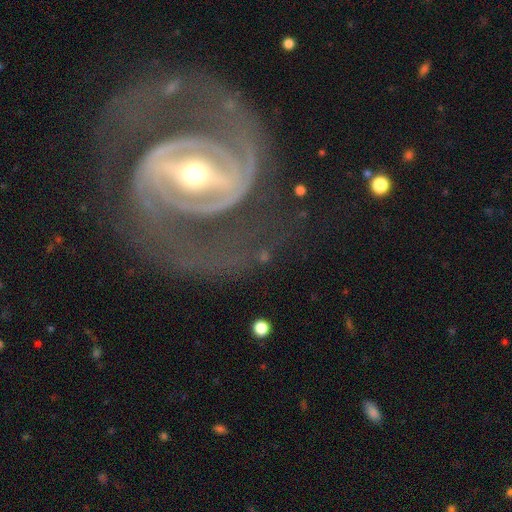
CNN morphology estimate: The model was most divided on "spiral winding": tight: 46%, medium: 42%, loose: 12%. More confident: edge-on disk — no (96%); spiral arms — yes (95%); smooth or featured — featured or disk (91%); spiral arm count — 2 (77%); bar — strong (68%); merging — none (67%); bulge size — moderate (60%).